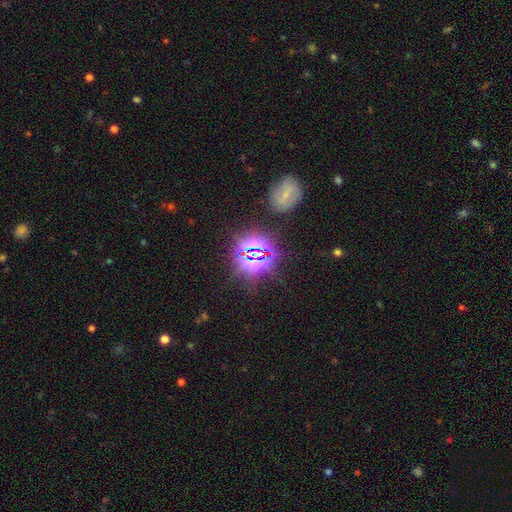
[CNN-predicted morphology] Smooth or featured: star or artifact — 77% (smooth — 13%)